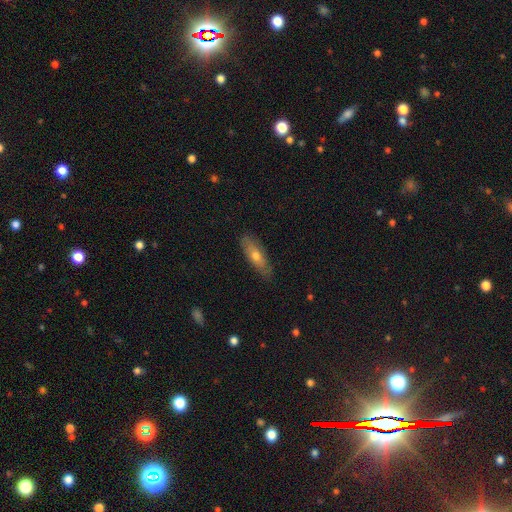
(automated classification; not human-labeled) Morphology: type=smooth (58%); roundness=in between (53%); merging=none (83%).